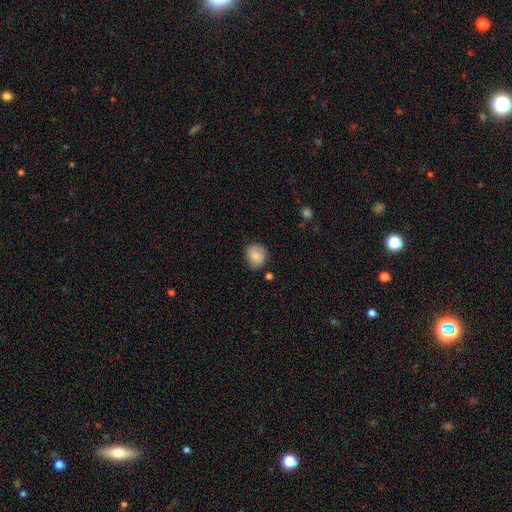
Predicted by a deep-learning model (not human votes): Morphology: type=smooth (80%); roundness=round (74%); merging=none (74%).